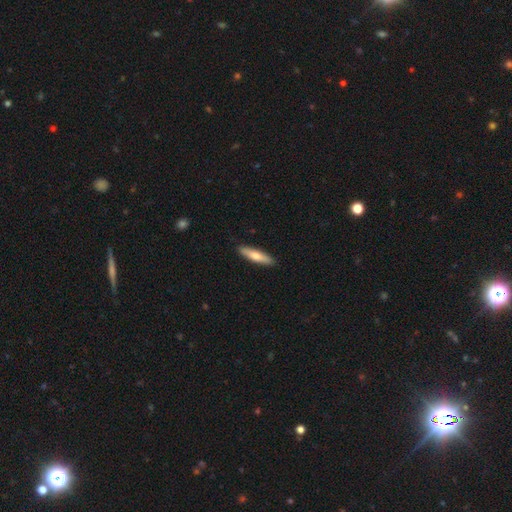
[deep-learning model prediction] This is likely a smooth galaxy (68%). How rounded: likely cigar-shaped (79%). Merging: clearly none (90%).